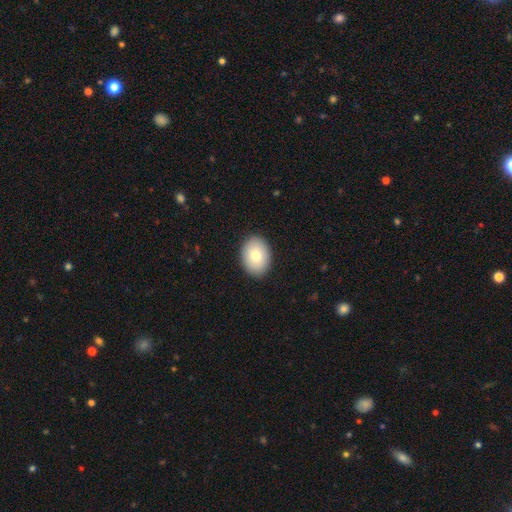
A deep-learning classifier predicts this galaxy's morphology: Overall: smooth (80%). How rounded: in between (67%; round 32%). Merging: none (90%).